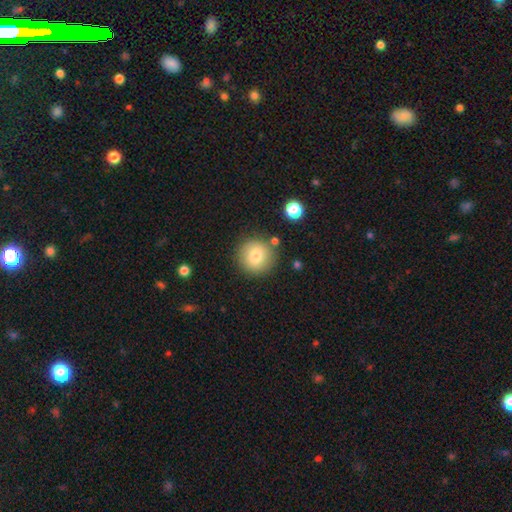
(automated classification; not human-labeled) Smooth or featured? smooth (80%)
How rounded? round (95%)
Merging? none (85%)